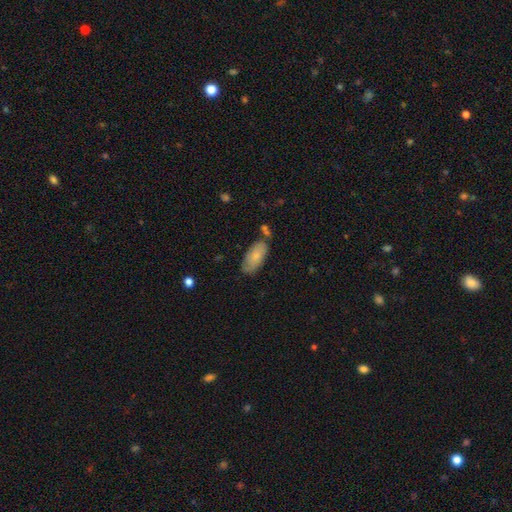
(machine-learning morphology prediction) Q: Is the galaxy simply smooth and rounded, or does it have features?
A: smooth — 76%.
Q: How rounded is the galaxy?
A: in between — 90%.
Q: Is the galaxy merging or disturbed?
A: none — 67%.